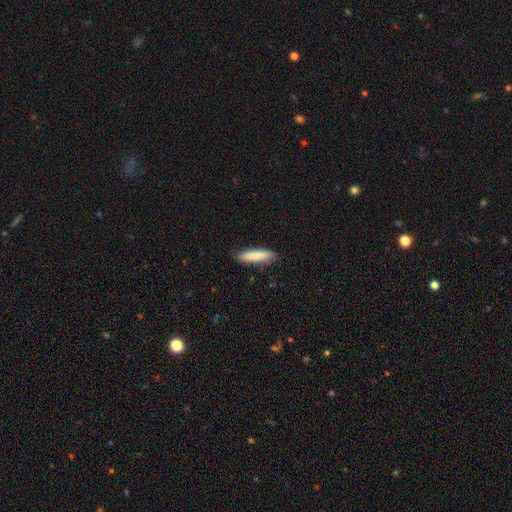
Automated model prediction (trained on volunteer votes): smooth_or_featured: smooth (p=0.86) [alt: featured or disk p=0.08]
how_rounded: cigar-shaped (p=0.75) [alt: in between p=0.24]
merging: none (p=0.85) [alt: minor disturbance p=0.12]